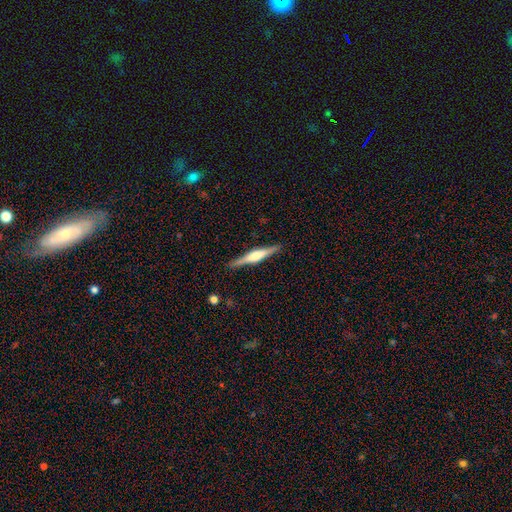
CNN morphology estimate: Smooth or featured?
  - featured or disk: 69% *
  - smooth: 26%
  - star or artifact: 6%
Edge-on disk?
  - yes: 98% *
  - no: 2%
Edge-on bulge?
  - rounded: 66% *
  - boxy: 27%
  - none: 7%
Merging?
  - none: 89% *
  - minor disturbance: 8%
  - major disturbance: 2%
  - merger: 1%